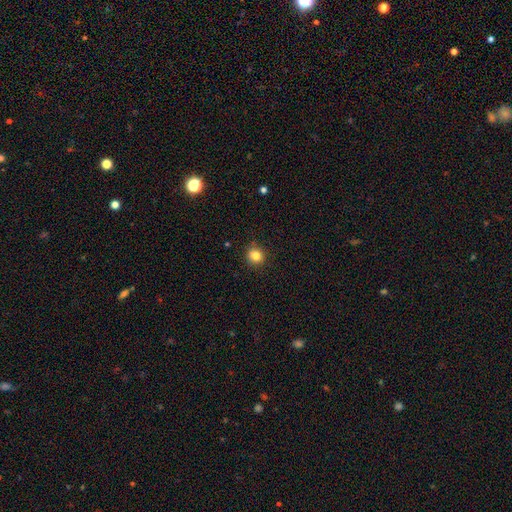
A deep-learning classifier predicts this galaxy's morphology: This appears to be a smooth galaxy with no disk features (82%) that is round (89%). Merging: none (88%).